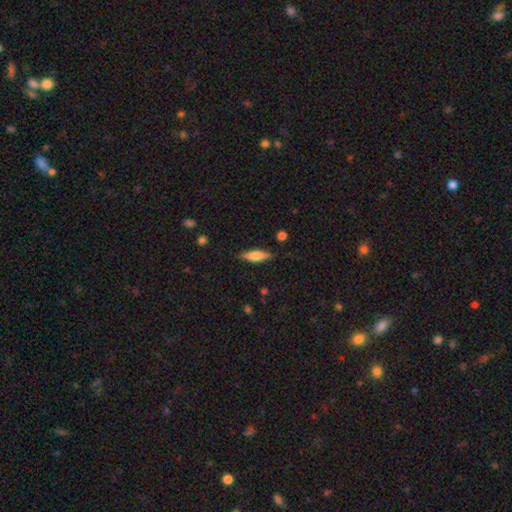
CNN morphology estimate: Q: Smooth or featured?
A: smooth (58%); runner-up: featured or disk (36%)
Q: How rounded?
A: cigar-shaped (57%); runner-up: in between (41%)
Q: Merging?
A: none (84%); runner-up: minor disturbance (11%)